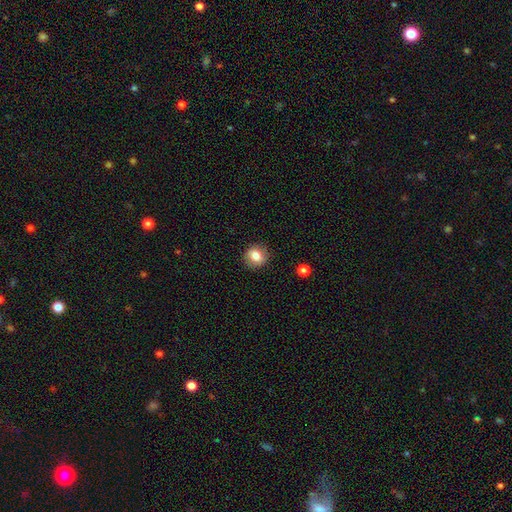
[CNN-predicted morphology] Smooth or featured: smooth — 76% (featured or disk — 14%)
How rounded: round — 79% (in between — 20%)
Merging: none — 87% (minor disturbance — 9%)